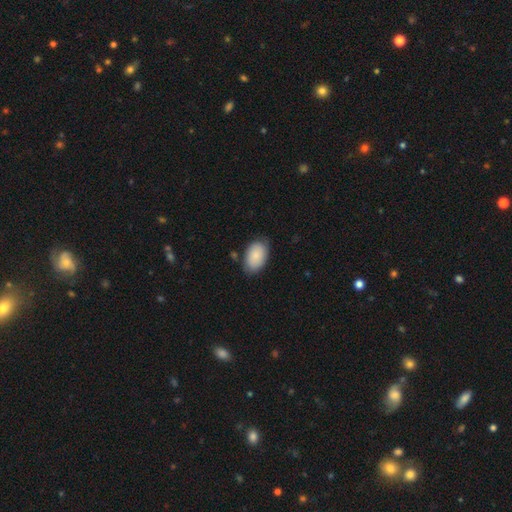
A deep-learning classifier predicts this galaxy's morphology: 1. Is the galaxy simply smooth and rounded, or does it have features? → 86% smooth, 8% featured or disk, 6% star or artifact.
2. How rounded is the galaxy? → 92% in between, 7% round, 1% cigar-shaped.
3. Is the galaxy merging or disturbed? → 77% none, 17% minor disturbance, 3% major disturbance, 2% merger.